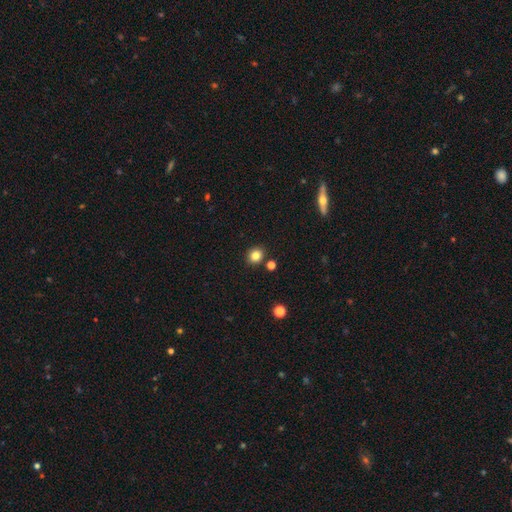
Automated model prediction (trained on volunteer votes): This is clearly a smooth galaxy (82%). How rounded: likely round (78%). Merging: clearly none (86%).